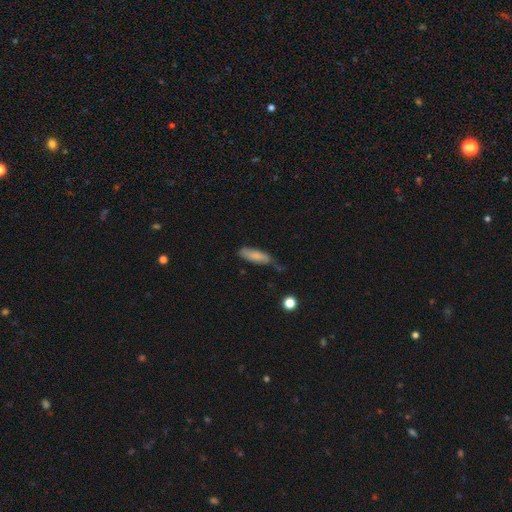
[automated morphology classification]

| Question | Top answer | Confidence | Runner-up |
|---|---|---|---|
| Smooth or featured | smooth | 81% | featured or disk (13%) |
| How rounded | in between | 51% | cigar-shaped (47%) |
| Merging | none | 56% | minor disturbance (32%) |